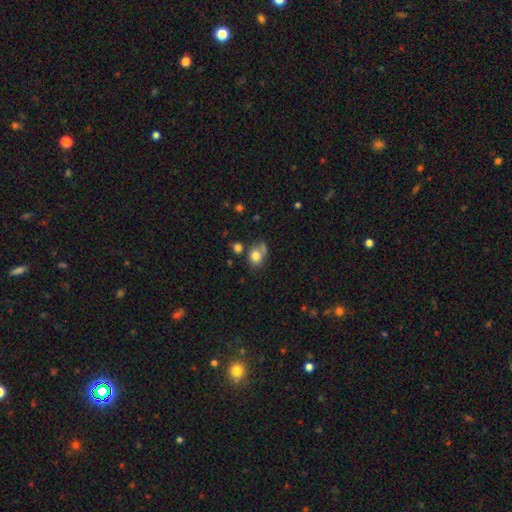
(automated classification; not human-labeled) A smooth galaxy with no disk features (78%) that is round (59%).

Vote fractions:
- Smooth or featured? smooth: 78% / featured or disk: 11% / star or artifact: 11%
- How rounded? round: 59% / in between: 40% / cigar-shaped: 1%
- Merging? none: 50% / minor disturbance: 22% / merger: 19% / major disturbance: 10%